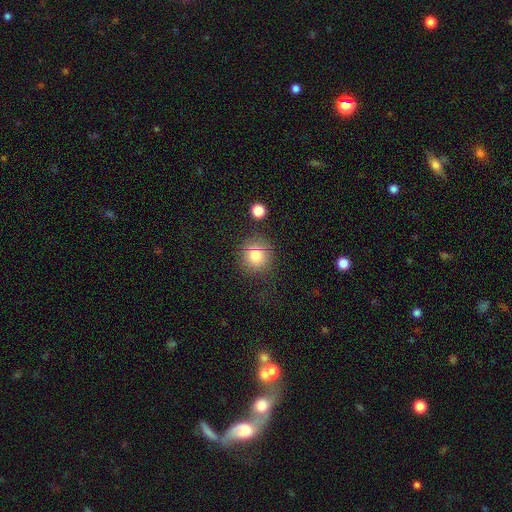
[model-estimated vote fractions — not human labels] smooth 80%, star or artifact 12%, featured or disk 8%. Down the decision tree: how rounded — round (89%); merging — none (75%).